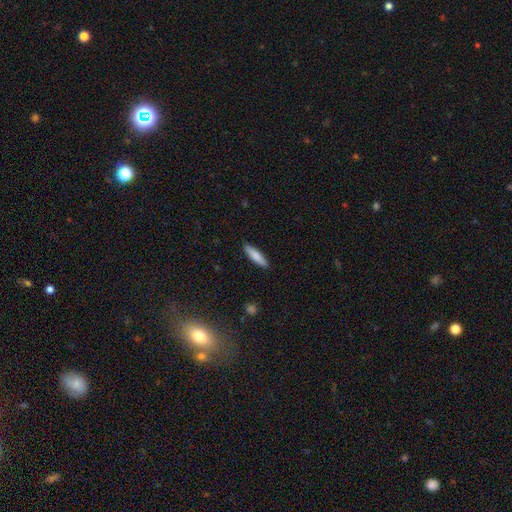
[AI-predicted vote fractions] Smooth or featured? smooth (82%)
How rounded? cigar-shaped (74%)
Merging? none (90%)